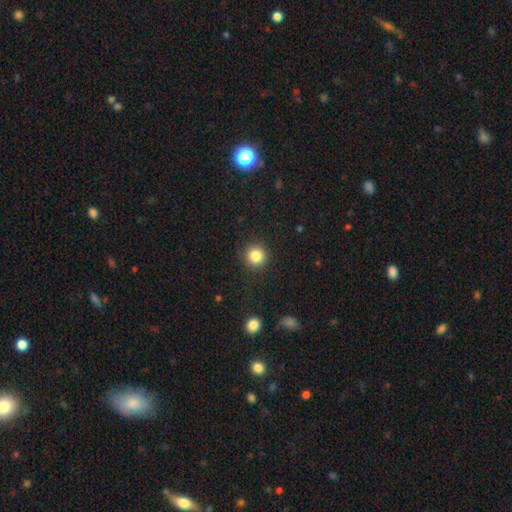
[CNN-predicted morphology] type=smooth (84%); roundness=round (94%); merging=none (90%).